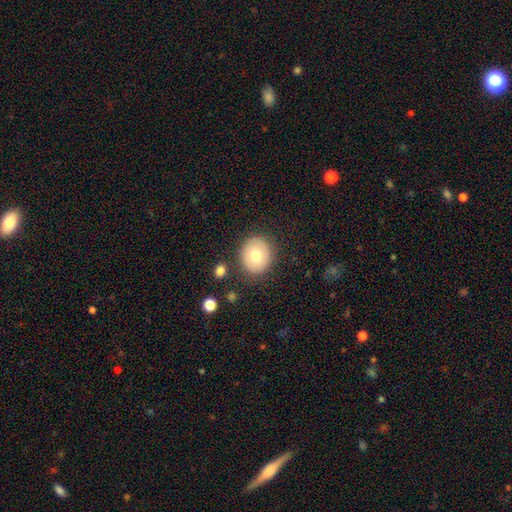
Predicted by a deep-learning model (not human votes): Q: Smooth or featured?
A: smooth (70%); runner-up: featured or disk (22%)
Q: How rounded?
A: round (71%); runner-up: in between (28%)
Q: Merging?
A: none (83%); runner-up: minor disturbance (11%)